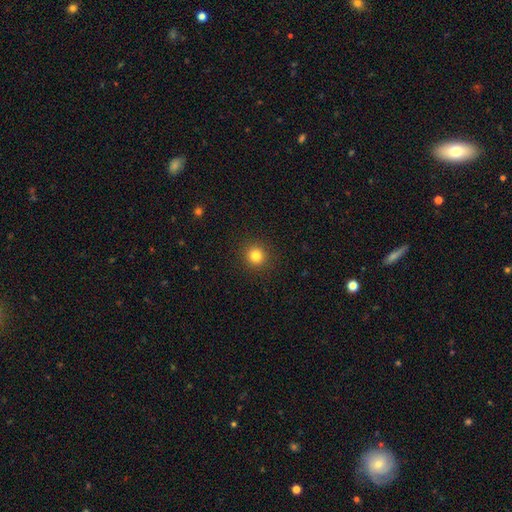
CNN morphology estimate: smooth-or-featured: smooth: 82% | star or artifact: 13% | featured or disk: 5%
  how-rounded: round: 93% | in between: 6% | cigar-shaped: 1%
  merging: none: 92% | minor disturbance: 5% | major disturbance: 2% | merger: 1%